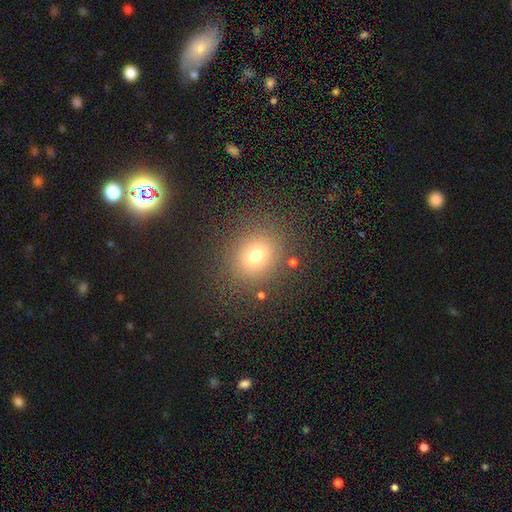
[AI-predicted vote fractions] The model was most divided on "how rounded": round: 74%, in between: 25%, cigar-shaped: 1%. More confident: merging — none (85%); smooth or featured — smooth (71%).